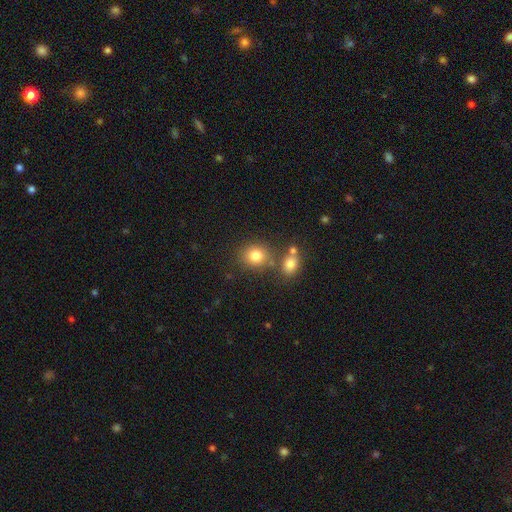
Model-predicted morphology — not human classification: Smooth or featured: smooth — 80% (star or artifact — 12%)
How rounded: round — 76% (in between — 23%)
Merging: none — 71% (merger — 14%)